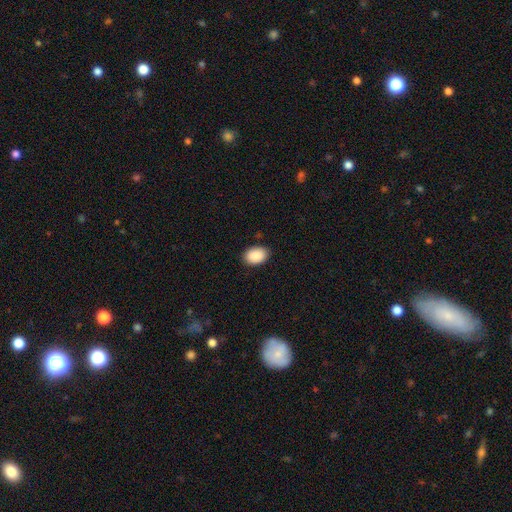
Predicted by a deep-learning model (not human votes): Smooth or featured? Predicted: smooth (p=0.90). How rounded? Predicted: in between (p=0.86). Merging? Predicted: none (p=0.87).